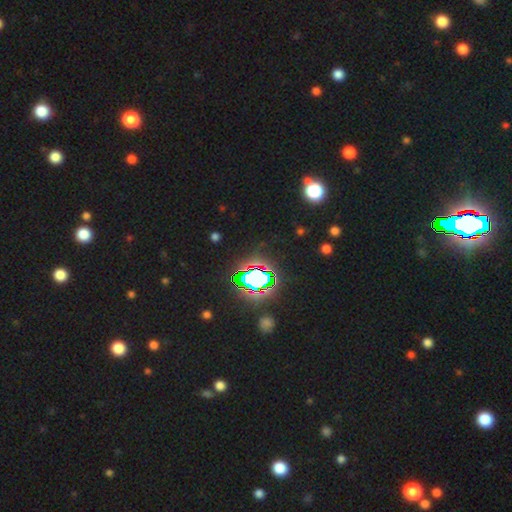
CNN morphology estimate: Q: Smooth or featured?
A: star or artifact (83%); runner-up: smooth (11%)